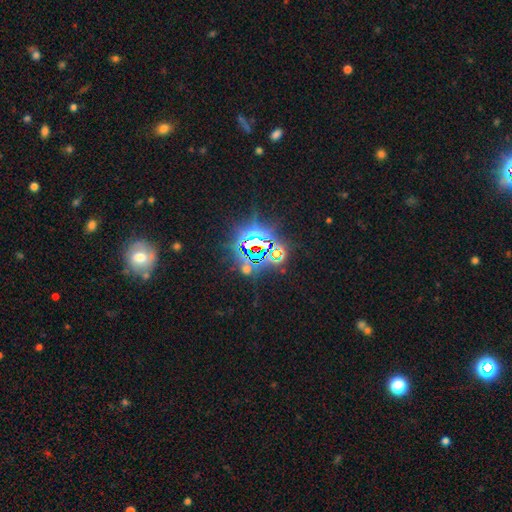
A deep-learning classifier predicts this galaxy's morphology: star or artifact 83%, smooth 10%, featured or disk 8%.